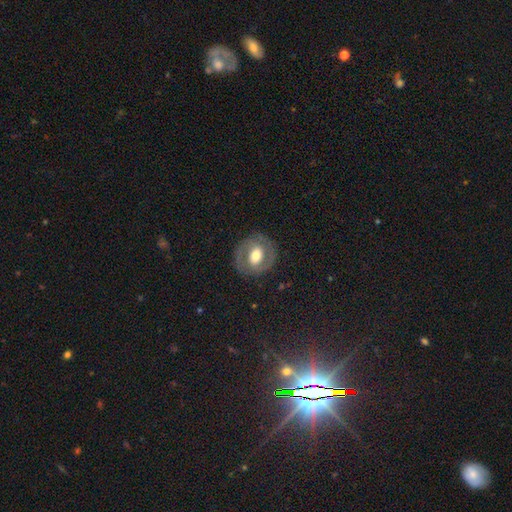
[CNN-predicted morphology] Smooth or featured: featured or disk — 54% (smooth — 40%)
Edge-on disk: no — 95% (yes — 5%)
Bar: no — 47% (weak — 34%)
Spiral arms: no — 61% (yes — 39%)
Bulge size: moderate — 54% (large — 34%)
Merging: none — 81% (minor disturbance — 12%)